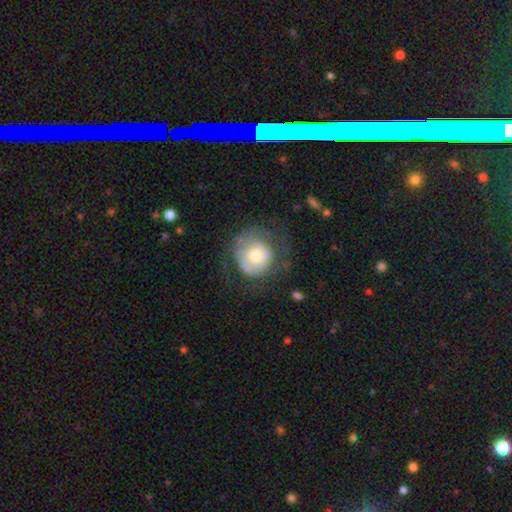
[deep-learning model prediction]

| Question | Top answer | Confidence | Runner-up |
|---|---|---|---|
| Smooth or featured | smooth | 57% | featured or disk (36%) |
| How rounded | round | 85% | in between (14%) |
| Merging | none | 47% | major disturbance (26%) |